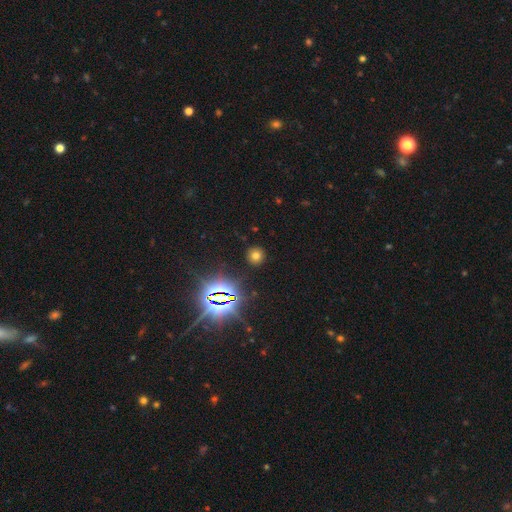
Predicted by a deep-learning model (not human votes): Smooth or featured?
  - smooth: 64% *
  - star or artifact: 29%
  - featured or disk: 8%
How rounded?
  - round: 92% *
  - in between: 7%
  - cigar-shaped: 1%
Merging?
  - none: 89% *
  - minor disturbance: 7%
  - major disturbance: 2%
  - merger: 2%